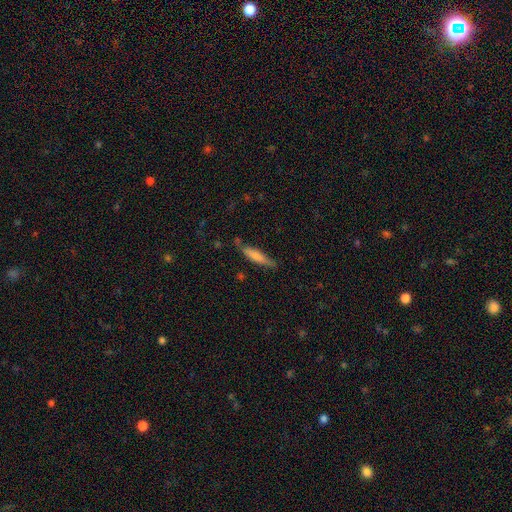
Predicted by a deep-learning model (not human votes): A smooth galaxy with no disk features (66%) that is cigar-shaped (85%). Merging: none (72%).